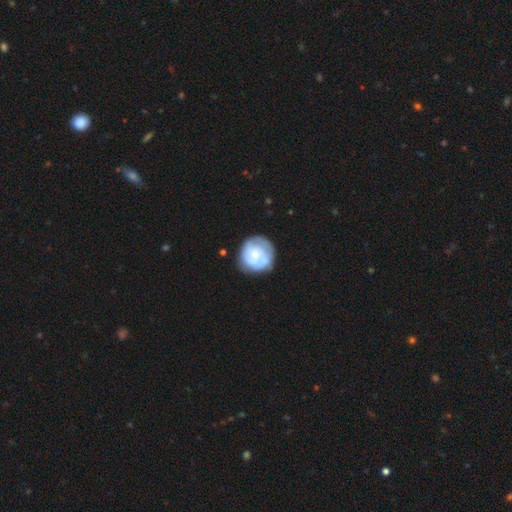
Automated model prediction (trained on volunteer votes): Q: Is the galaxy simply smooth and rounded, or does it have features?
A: featured or disk — 48%.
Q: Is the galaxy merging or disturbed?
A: none — 68%.